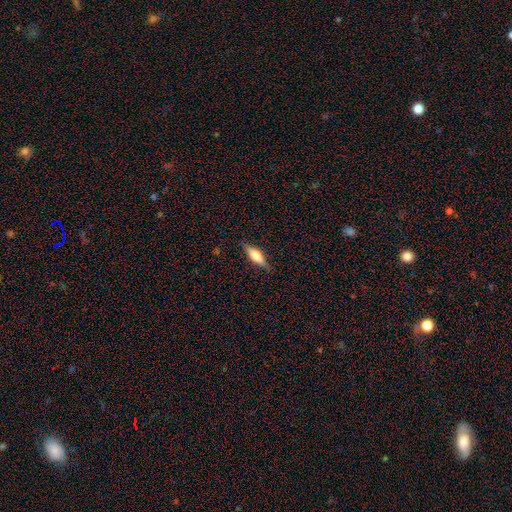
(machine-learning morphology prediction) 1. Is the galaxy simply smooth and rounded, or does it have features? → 49% smooth, 44% featured or disk, 7% star or artifact.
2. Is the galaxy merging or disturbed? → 85% none, 11% minor disturbance, 2% major disturbance, 1% merger.